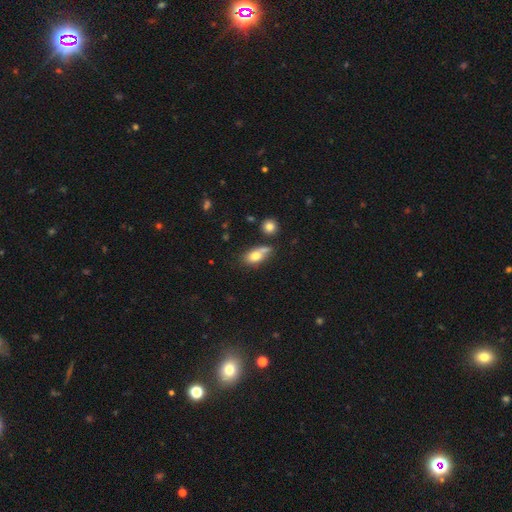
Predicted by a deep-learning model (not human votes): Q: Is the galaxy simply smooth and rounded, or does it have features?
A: smooth — 75%.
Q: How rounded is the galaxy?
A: in between — 80%.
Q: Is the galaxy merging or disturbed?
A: none — 42%.